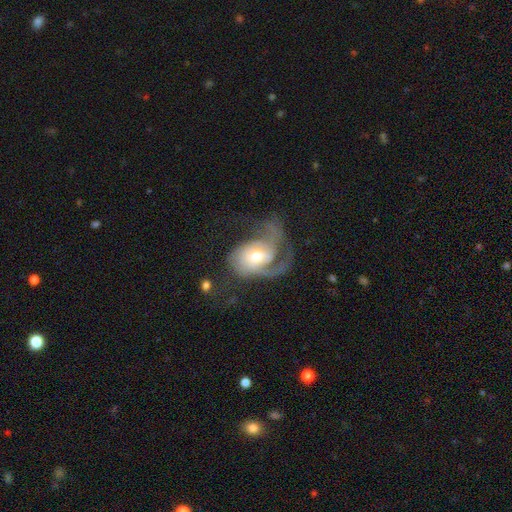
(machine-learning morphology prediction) A featured or disk galaxy (72%) with no bar (67%), 1 (38%) medium (40%) spiral arms (86%) and a moderate central bulge (64%). Merging: major disturbance (51%).